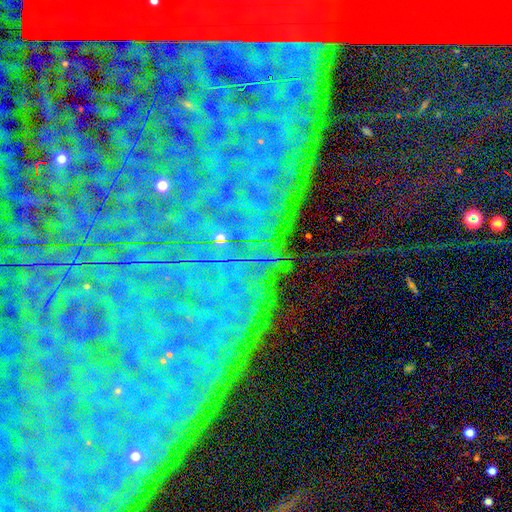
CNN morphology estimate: type=star or artifact (84%).